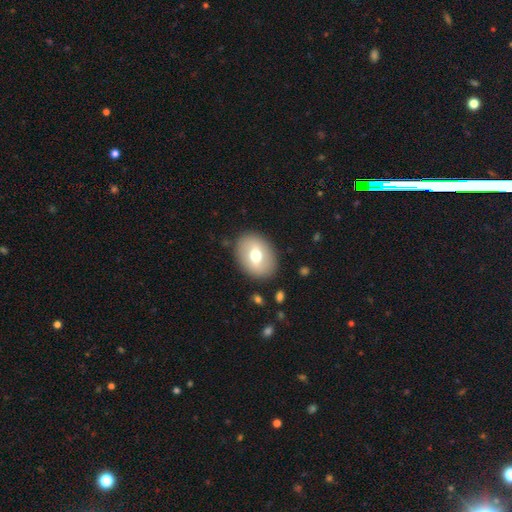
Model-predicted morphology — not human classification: type=smooth (62%); roundness=in between (68%); merging=none (86%).